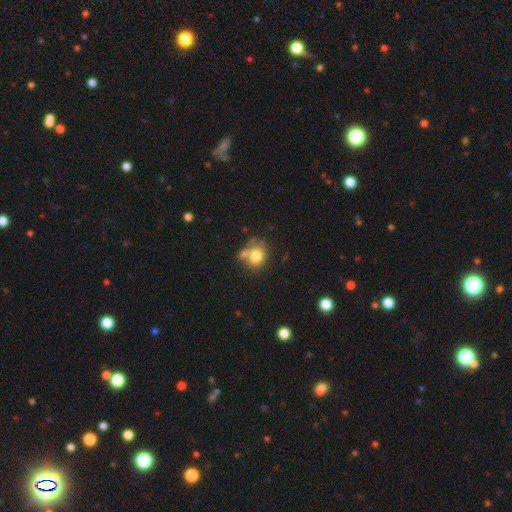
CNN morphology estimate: smooth 75%, featured or disk 16%, star or artifact 9%. Down the decision tree: how rounded — round (59%); merging — none (42%).